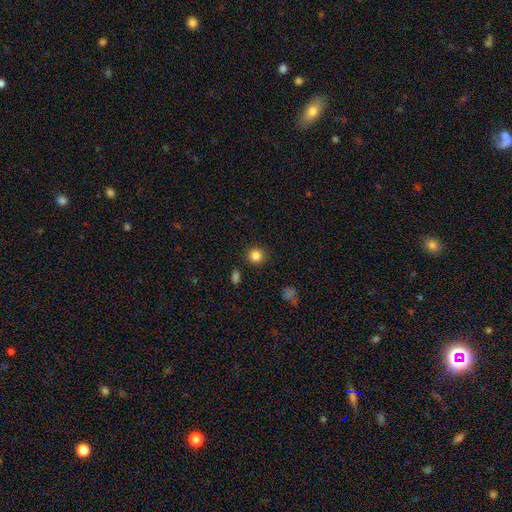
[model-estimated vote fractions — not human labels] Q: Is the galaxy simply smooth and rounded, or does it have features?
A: smooth — 84%.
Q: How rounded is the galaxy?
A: round — 92%.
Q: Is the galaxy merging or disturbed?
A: none — 91%.